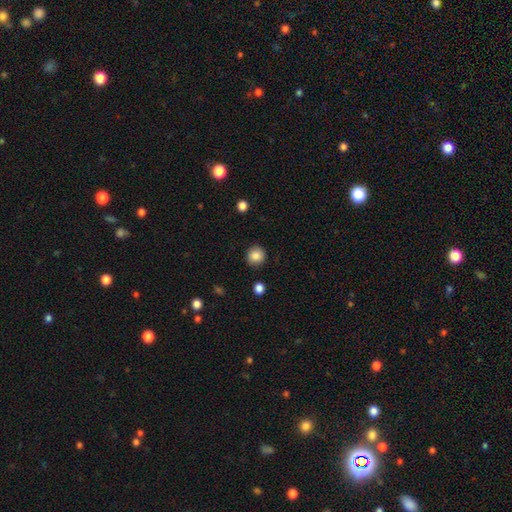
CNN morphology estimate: smooth_or_featured: smooth (p=0.86) [alt: star or artifact p=0.09]
how_rounded: round (p=0.92) [alt: in between p=0.07]
merging: none (p=0.90) [alt: minor disturbance p=0.07]